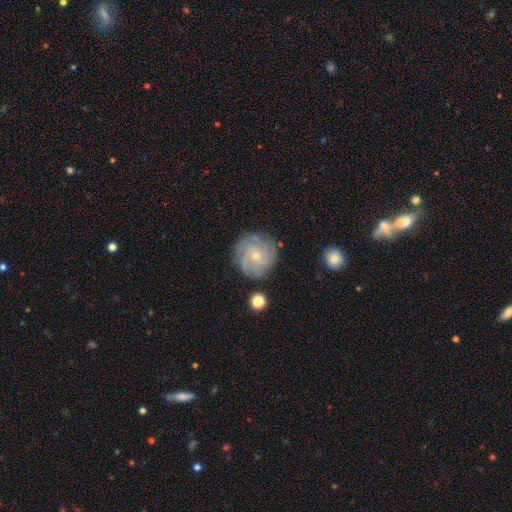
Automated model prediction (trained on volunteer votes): A featured or disk galaxy (68%) with no bar (80%), tight (65%) spiral arms (90%) and a small central bulge (71%).

Vote fractions:
- Smooth or featured? featured or disk: 68% / smooth: 23% / star or artifact: 8%
- Edge-on disk? no: 98% / yes: 2%
- Bar? no: 80% / weak: 17% / strong: 2%
- Spiral arms? yes: 90% / no: 10%
- Spiral winding? tight: 65% / medium: 27% / loose: 8%
- Spiral arm count? can't tell: 36% / 3: 20% / 4: 19% / 2: 11% / more than 4: 7% / 1: 6%
- Bulge size? small: 71% / moderate: 26% / none: 1% / large: 1% / dominant: 1%
- Merging? none: 81% / minor disturbance: 13% / major disturbance: 4% / merger: 2%